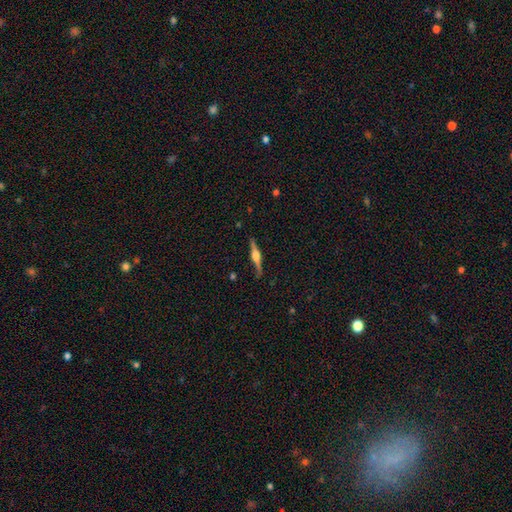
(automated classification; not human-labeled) Smooth or featured?
  - featured or disk: 80% *
  - smooth: 15%
  - star or artifact: 6%
Edge-on disk?
  - yes: 98% *
  - no: 2%
Edge-on bulge?
  - rounded: 88% *
  - boxy: 10%
  - none: 2%
Merging?
  - none: 87% *
  - minor disturbance: 10%
  - major disturbance: 2%
  - merger: 1%